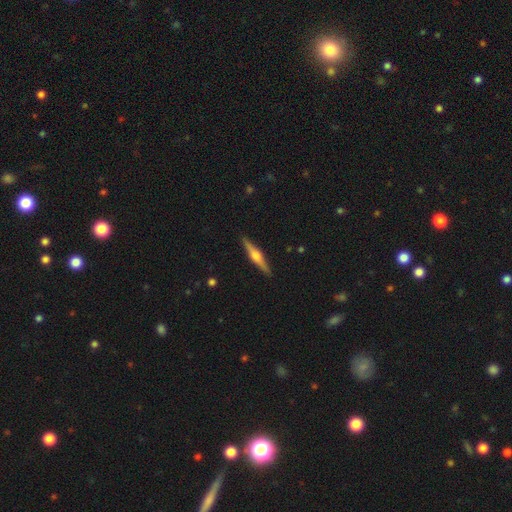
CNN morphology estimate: smooth_or_featured: featured or disk (p=0.72) [alt: smooth p=0.22]
disk_edge_on: yes (p=0.98) [alt: no p=0.02]
edge_on_bulge: rounded (p=0.91) [alt: boxy p=0.06]
merging: none (p=0.92) [alt: minor disturbance p=0.06]